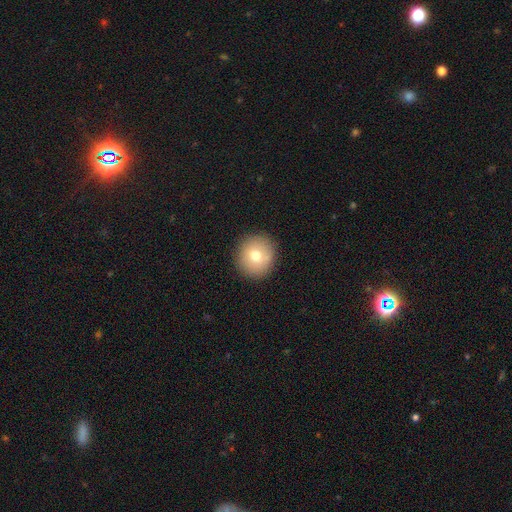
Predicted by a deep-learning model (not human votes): Smooth or featured? Predicted: smooth (p=0.73). How rounded? Predicted: round (p=0.90). Merging? Predicted: none (p=0.90).